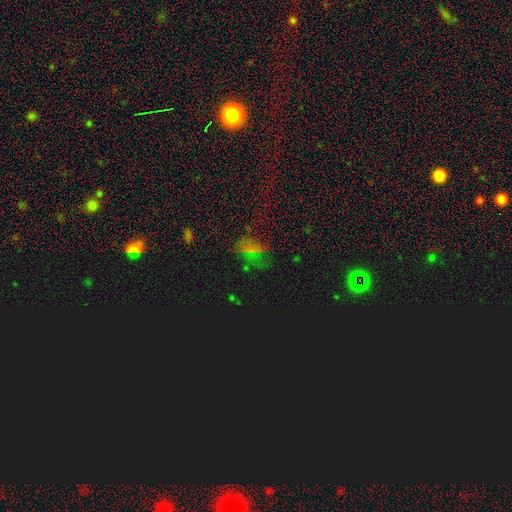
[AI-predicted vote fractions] This appears to be a star or artifact, not a galaxy (59%).